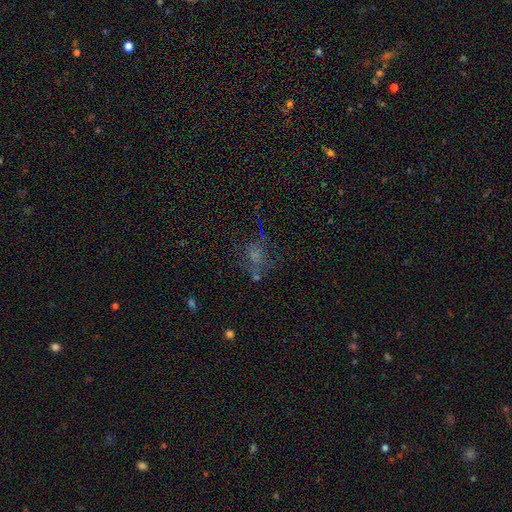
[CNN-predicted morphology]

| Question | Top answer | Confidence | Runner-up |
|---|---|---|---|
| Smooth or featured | smooth | 43% | star or artifact (34%) |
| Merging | none | 51% | major disturbance (21%) |